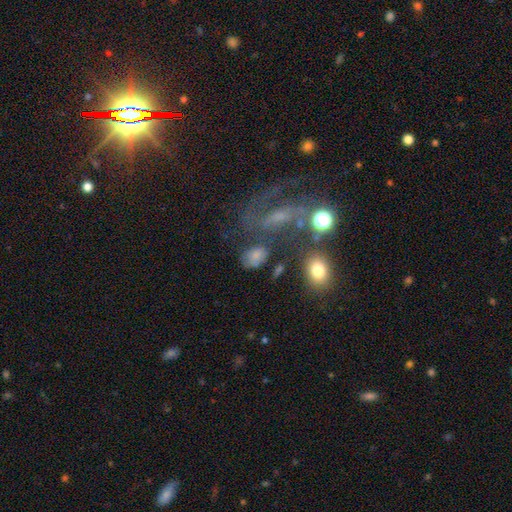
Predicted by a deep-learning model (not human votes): smooth 67%, featured or disk 17%, star or artifact 16%. Down the decision tree: how rounded — in between (71%); merging — none (56%).